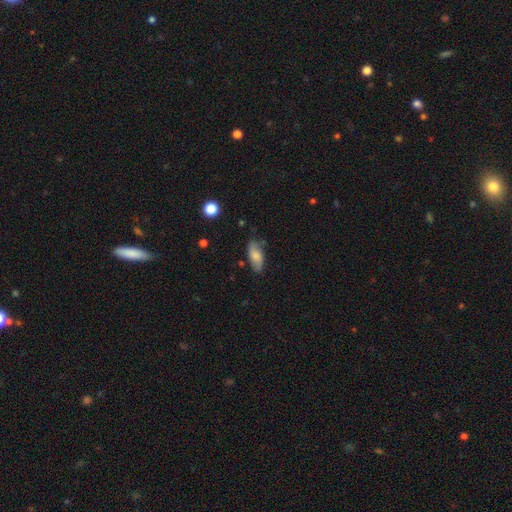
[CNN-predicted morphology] Q: Smooth or featured?
A: smooth (69%); runner-up: featured or disk (24%)
Q: How rounded?
A: in between (85%); runner-up: cigar-shaped (12%)
Q: Merging?
A: none (73%); runner-up: minor disturbance (21%)